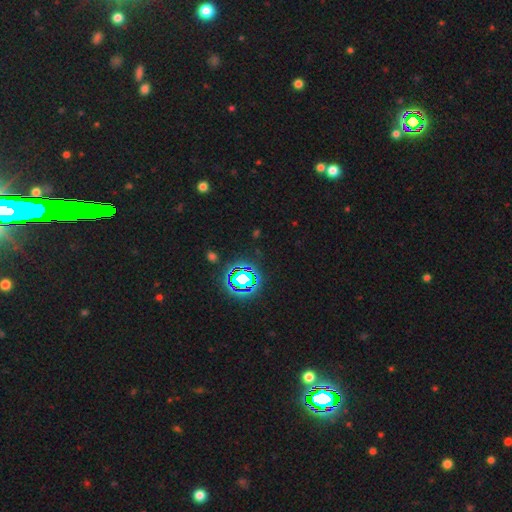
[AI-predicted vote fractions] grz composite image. It shows a star or artifact, not a galaxy (81%).